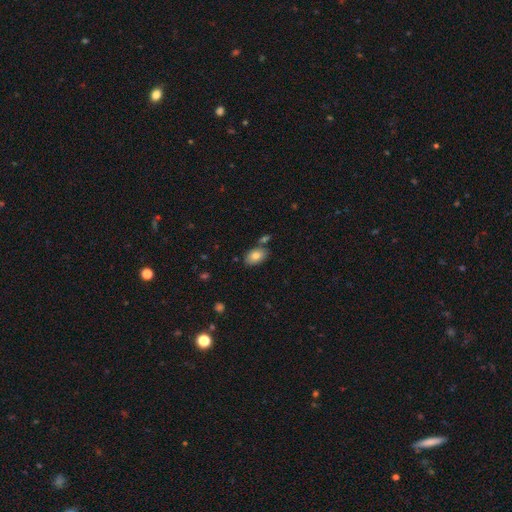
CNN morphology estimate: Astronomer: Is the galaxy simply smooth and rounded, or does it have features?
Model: smooth — 80%.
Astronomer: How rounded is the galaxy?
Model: in between — 90%.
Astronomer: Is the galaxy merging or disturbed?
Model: none — 73%.